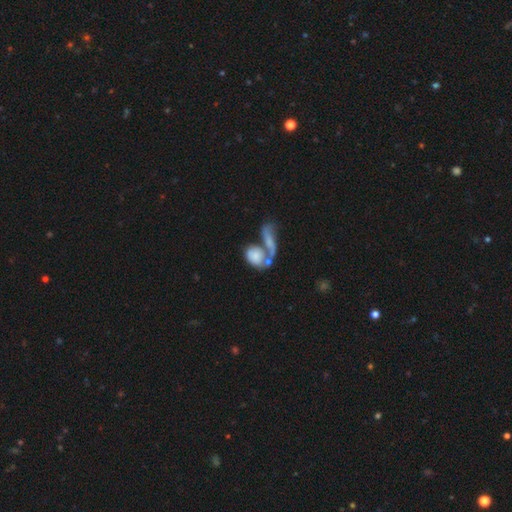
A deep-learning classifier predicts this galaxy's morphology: type=smooth (64%); roundness=in between (66%); merging=merger (56%).